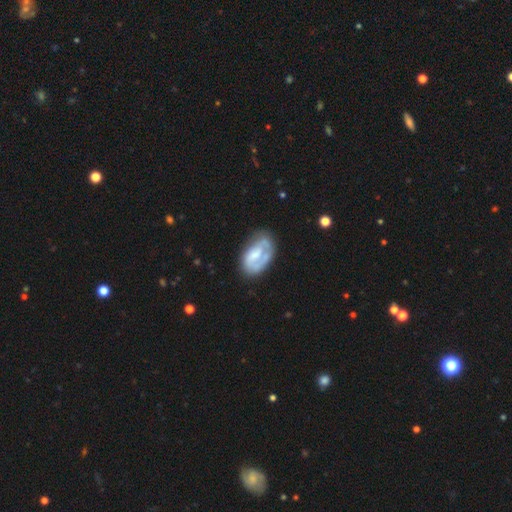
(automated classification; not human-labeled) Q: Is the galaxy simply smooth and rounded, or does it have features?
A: featured or disk — 54%.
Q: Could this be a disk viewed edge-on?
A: no — 96%.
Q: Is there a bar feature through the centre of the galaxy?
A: no — 58%.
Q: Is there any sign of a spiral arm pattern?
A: yes — 55%.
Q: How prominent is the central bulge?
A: moderate — 34%.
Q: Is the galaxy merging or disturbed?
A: none — 51%.